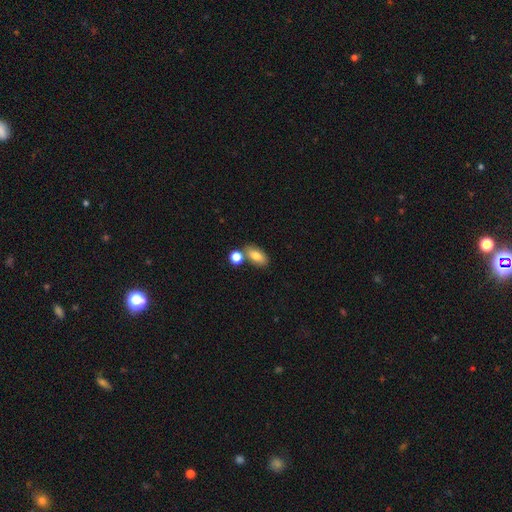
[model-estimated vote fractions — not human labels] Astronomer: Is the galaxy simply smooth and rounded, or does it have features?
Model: smooth — 78%.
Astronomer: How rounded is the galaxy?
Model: in between — 85%.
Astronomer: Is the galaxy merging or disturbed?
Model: none — 64%.